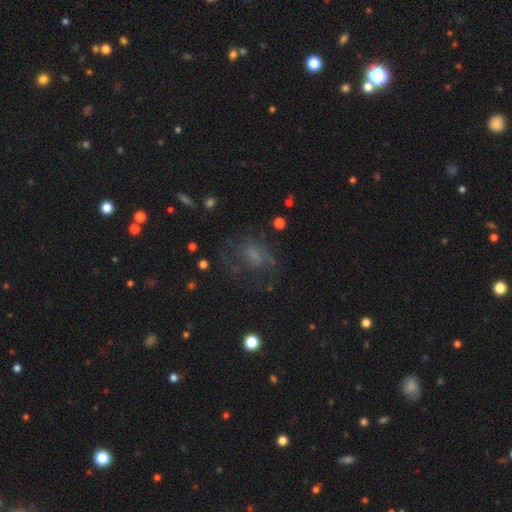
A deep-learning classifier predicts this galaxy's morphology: This appears to be a featured or disk galaxy (42%). Merging: none (60%).